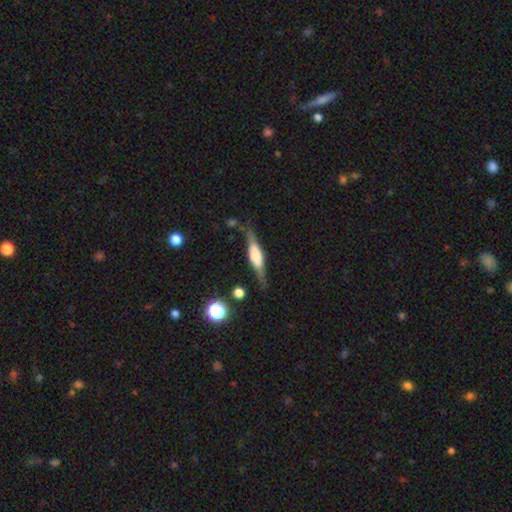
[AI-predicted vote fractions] This is likely a featured or disk galaxy (65%). It is clearly viewed edge-on (95%). Edge-on bulge: likely rounded (67%). Merging: likely none (78%).